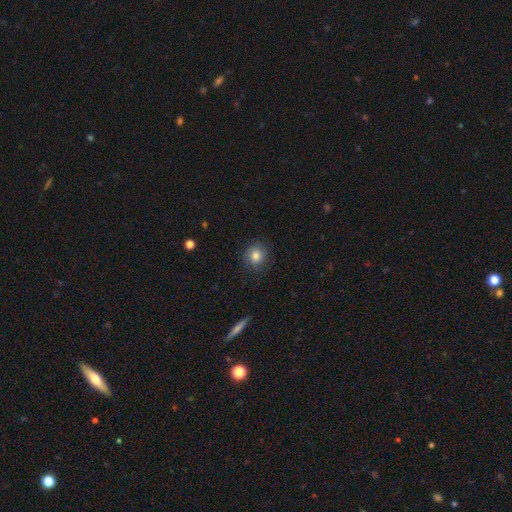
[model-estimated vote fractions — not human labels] smooth_or_featured: smooth (p=0.82) [alt: star or artifact p=0.10]
how_rounded: round (p=0.88) [alt: in between p=0.11]
merging: none (p=0.85) [alt: minor disturbance p=0.11]